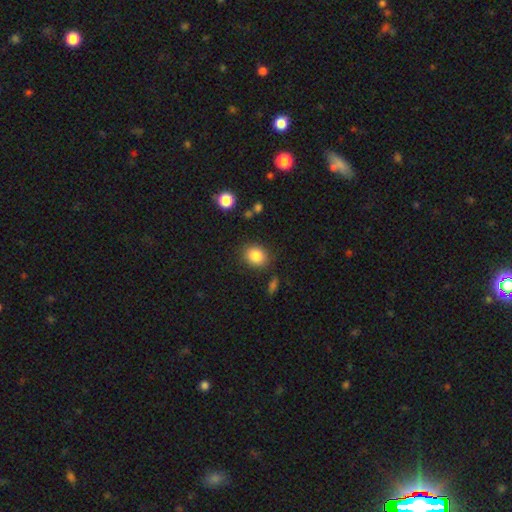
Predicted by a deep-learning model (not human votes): Smooth or featured: smooth — 85% (star or artifact — 9%)
How rounded: round — 58% (in between — 41%)
Merging: none — 84% (minor disturbance — 11%)